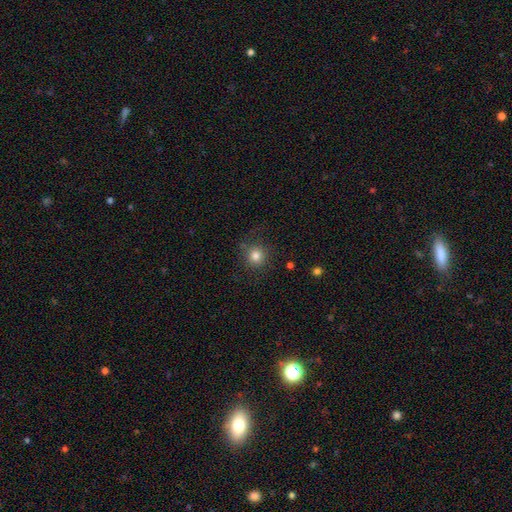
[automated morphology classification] Smooth or featured?
  - smooth: 82% *
  - star or artifact: 12%
  - featured or disk: 7%
How rounded?
  - round: 92% *
  - in between: 7%
  - cigar-shaped: 1%
Merging?
  - none: 81% *
  - minor disturbance: 12%
  - major disturbance: 5%
  - merger: 2%